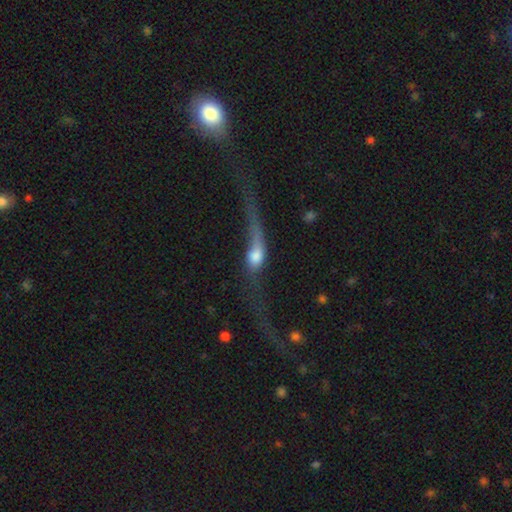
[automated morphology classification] A smooth galaxy with no disk features (45%).

Vote fractions:
- Smooth or featured? smooth: 45% / featured or disk: 44% / star or artifact: 11%
- Merging? major disturbance: 47% / none: 24% / minor disturbance: 19% / merger: 10%